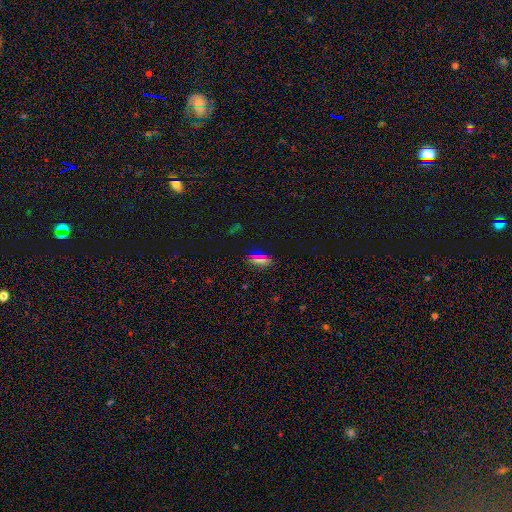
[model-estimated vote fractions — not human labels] Overall: smooth (58%; star or artifact 31%). How rounded: in between (69%). Merging: none (82%).